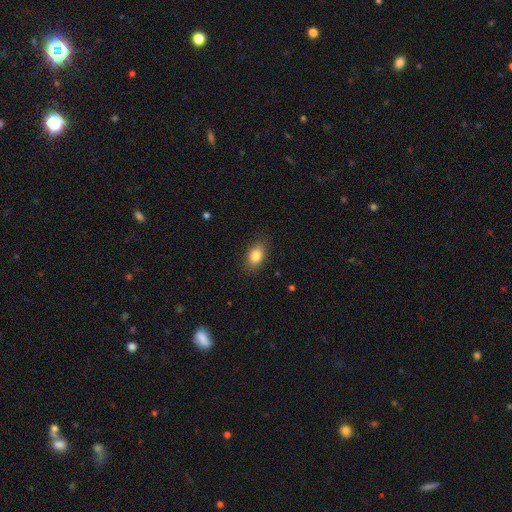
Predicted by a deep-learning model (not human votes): Morphology: type=smooth (83%); roundness=in between (83%); merging=none (85%).